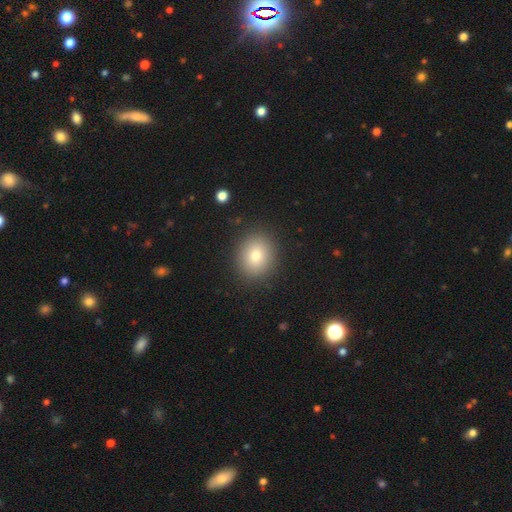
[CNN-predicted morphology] This appears to be a smooth galaxy with no disk features (78%) that is round (70%). Merging: none (89%).